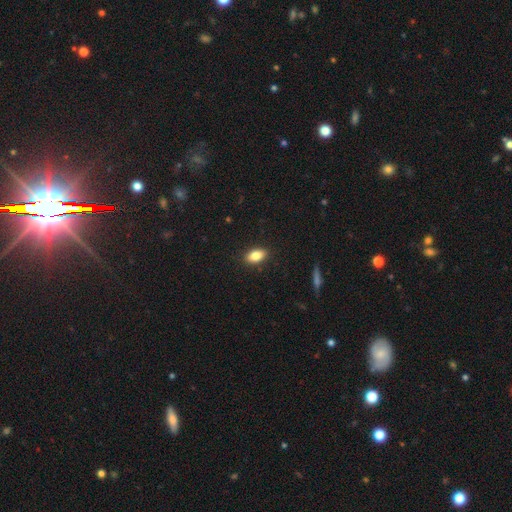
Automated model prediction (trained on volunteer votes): smooth-or-featured: smooth: 84% | featured or disk: 8% | star or artifact: 8%
  how-rounded: in between: 89% | round: 7% | cigar-shaped: 4%
  merging: none: 89% | minor disturbance: 8% | major disturbance: 2% | merger: 1%